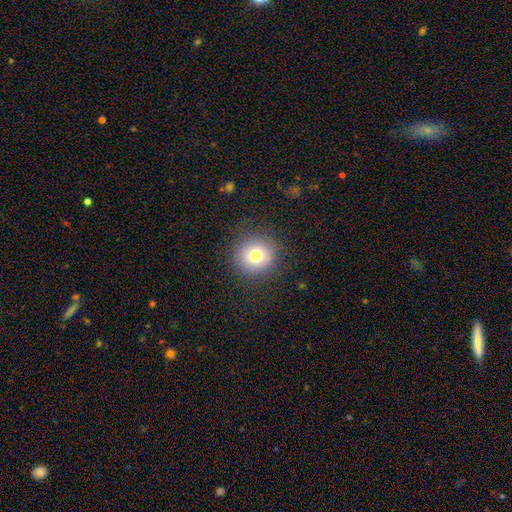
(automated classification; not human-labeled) The model was most divided on "smooth or featured": smooth: 76%, star or artifact: 13%, featured or disk: 11%. More confident: how rounded — round (93%); merging — none (89%).